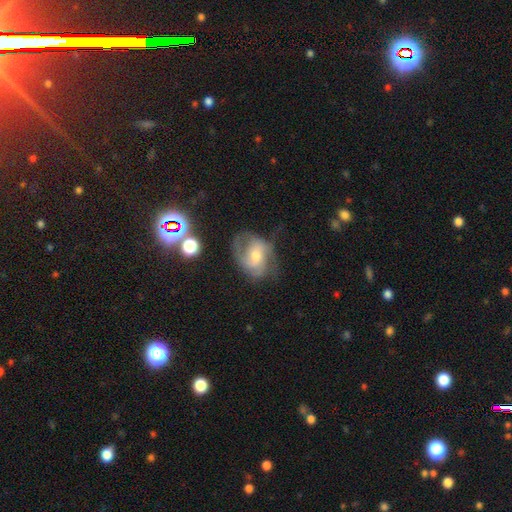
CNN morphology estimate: featured or disk 74%, smooth 17%, star or artifact 9%. Down the decision tree: edge-on disk — no (97%); bar — no (53%); spiral arms — yes (90%); spiral arm count — 2 (38%); spiral winding — medium (48%); bulge size — moderate (58%); merging — none (55%).